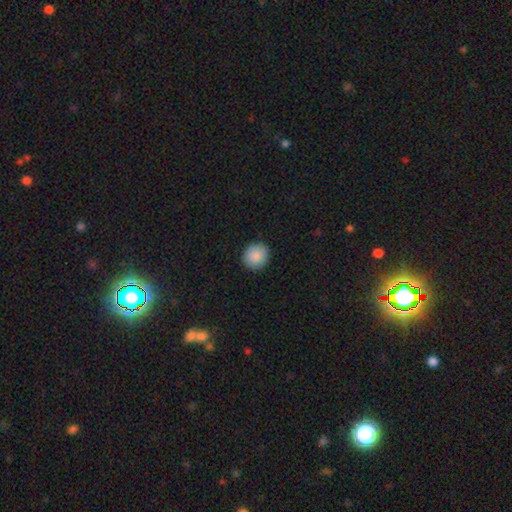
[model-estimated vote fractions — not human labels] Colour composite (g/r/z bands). It shows a smooth galaxy with no disk features (89%) that is round (86%). Merging: none (91%).